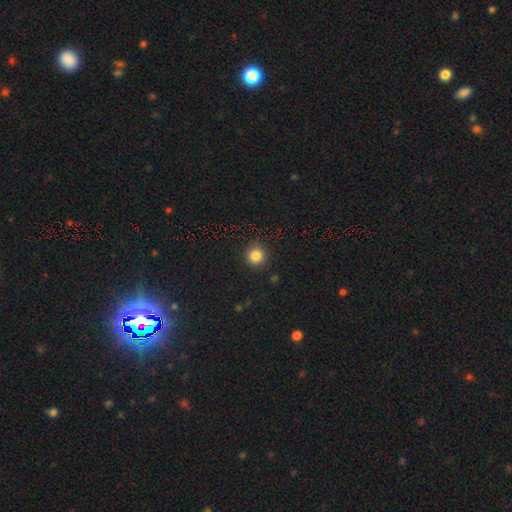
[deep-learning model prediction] Q: Smooth or featured?
A: smooth (84%); runner-up: star or artifact (12%)
Q: How rounded?
A: round (94%); runner-up: in between (5%)
Q: Merging?
A: none (91%); runner-up: minor disturbance (6%)